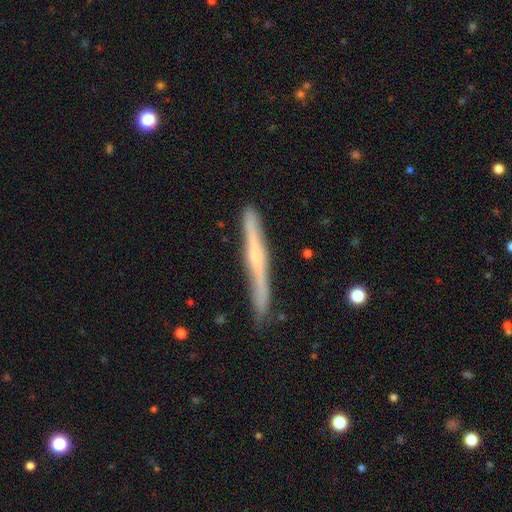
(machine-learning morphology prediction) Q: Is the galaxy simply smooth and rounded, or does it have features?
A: featured or disk — 71%.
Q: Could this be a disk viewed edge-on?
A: yes — 96%.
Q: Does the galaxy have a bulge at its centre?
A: rounded — 68%.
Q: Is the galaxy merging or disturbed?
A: none — 80%.